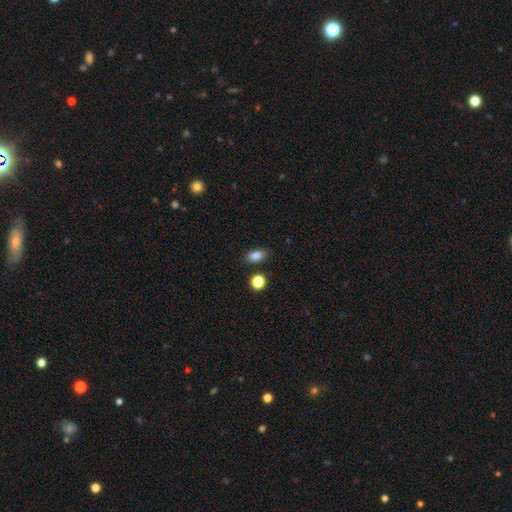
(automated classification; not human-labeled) Morphology: type=smooth (85%); roundness=in between (85%); merging=none (83%).